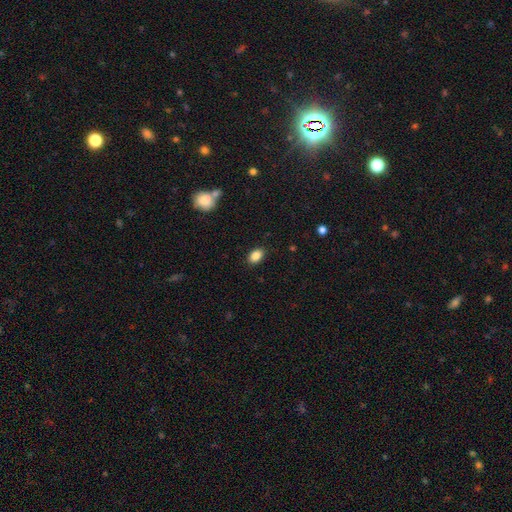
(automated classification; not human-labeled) smooth 87%, star or artifact 9%, featured or disk 5%. Down the decision tree: how rounded — in between (82%); merging — none (87%).